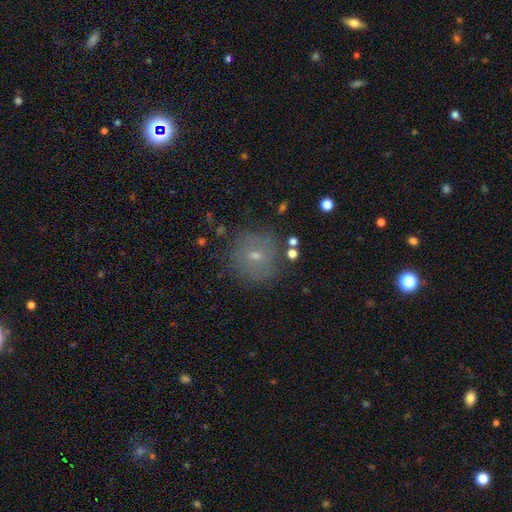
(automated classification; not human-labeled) Smooth or featured?
  - smooth: 54% *
  - featured or disk: 28%
  - star or artifact: 18%
How rounded?
  - round: 92% *
  - in between: 7%
  - cigar-shaped: 1%
Merging?
  - none: 80% *
  - minor disturbance: 12%
  - major disturbance: 5%
  - merger: 3%